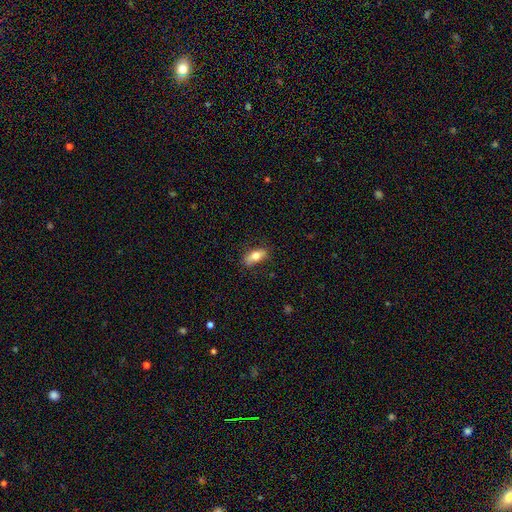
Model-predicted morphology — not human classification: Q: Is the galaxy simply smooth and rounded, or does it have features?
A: smooth — 71%.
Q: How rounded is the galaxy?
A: in between — 79%.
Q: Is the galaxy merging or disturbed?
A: none — 75%.